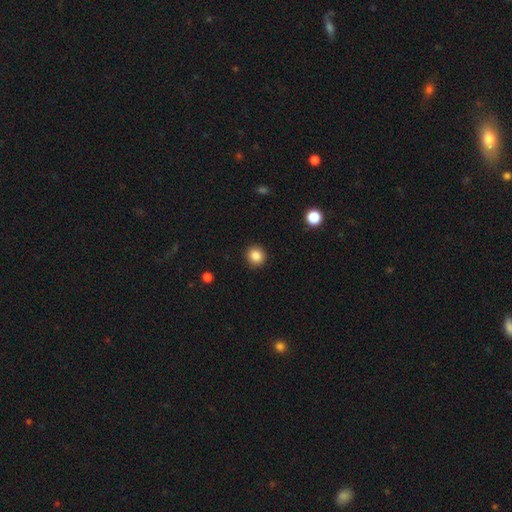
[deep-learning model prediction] The model was most divided on "smooth or featured": smooth: 86%, star or artifact: 10%, featured or disk: 4%. More confident: merging — none (92%); how rounded — round (89%).